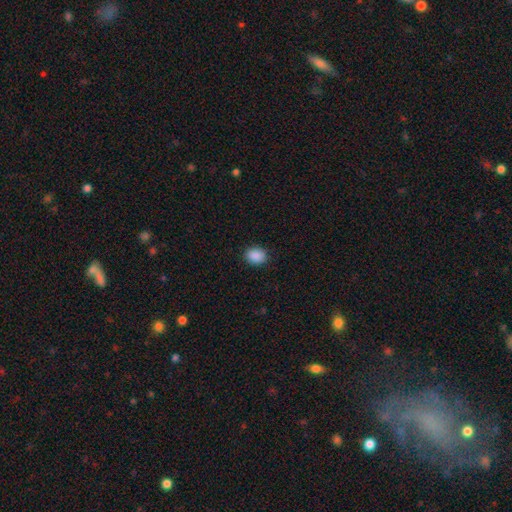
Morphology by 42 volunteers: type=smooth (88%); roundness=round (54%); merging=none (100%).